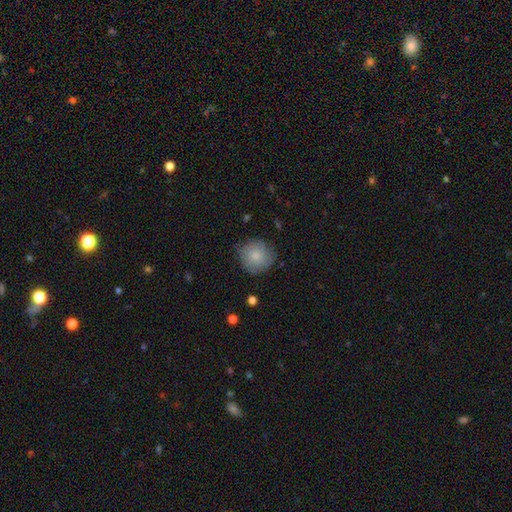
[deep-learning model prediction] A smooth galaxy with no disk features (79%) that is round (91%). Merging: none (76%).